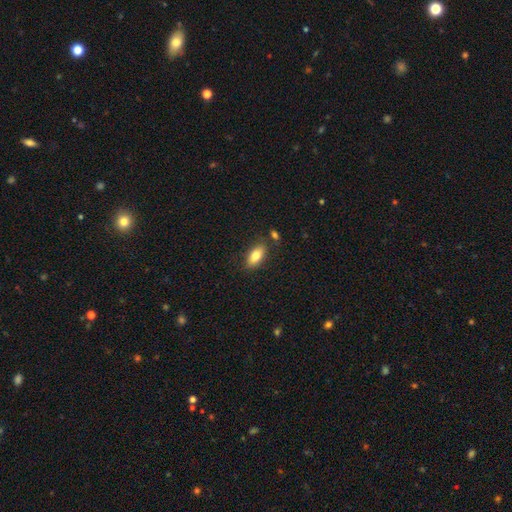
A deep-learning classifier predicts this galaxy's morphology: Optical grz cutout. It shows a smooth galaxy with no disk features (79%) that is in between round and cigar-shaped (87%). Merging: none (77%).